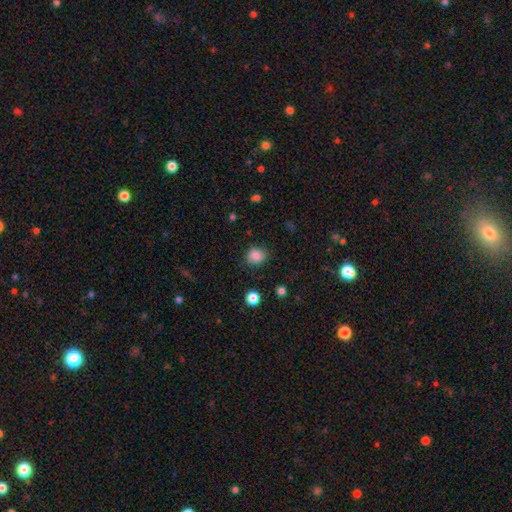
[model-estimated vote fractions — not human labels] Morphology: type=smooth (84%); roundness=round (74%); merging=none (79%).